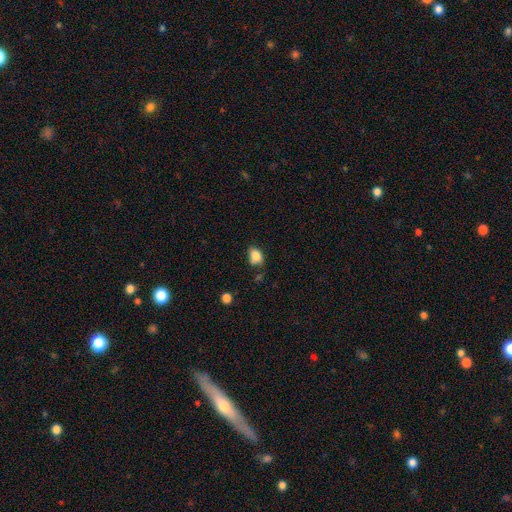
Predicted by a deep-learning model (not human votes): The model was most divided on "merging": none: 59%, minor disturbance: 29%, major disturbance: 6%, merger: 6%. More confident: smooth or featured — smooth (83%); how rounded — in between (73%).